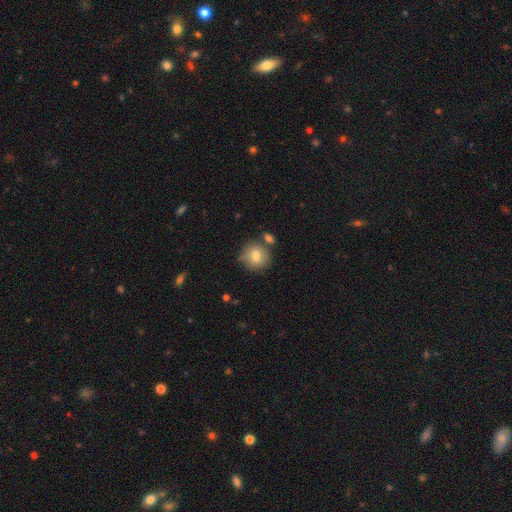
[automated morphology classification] smooth-or-featured: smooth: 78% | featured or disk: 13% | star or artifact: 9%
  how-rounded: round: 89% | in between: 10% | cigar-shaped: 1%
  merging: none: 72% | minor disturbance: 13% | merger: 12% | major disturbance: 3%